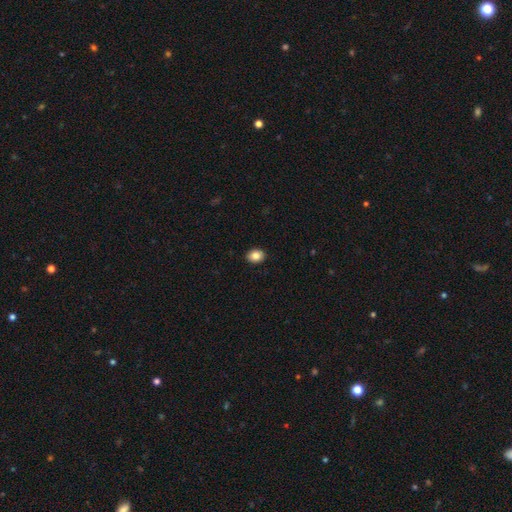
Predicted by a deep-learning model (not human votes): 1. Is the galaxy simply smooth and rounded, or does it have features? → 85% smooth, 9% star or artifact, 6% featured or disk.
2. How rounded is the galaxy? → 61% in between, 38% round, 1% cigar-shaped.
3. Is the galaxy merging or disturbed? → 91% none, 6% minor disturbance, 2% major disturbance, 1% merger.